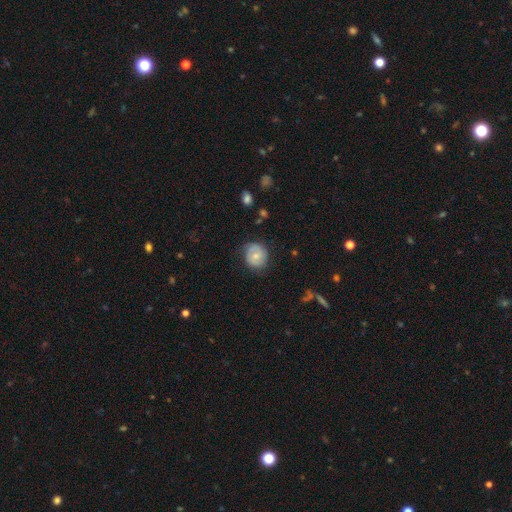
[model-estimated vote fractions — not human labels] Smooth or featured? Predicted: featured or disk (p=0.50). Edge-on disk? Predicted: no (p=0.97). Merging? Predicted: none (p=0.73).